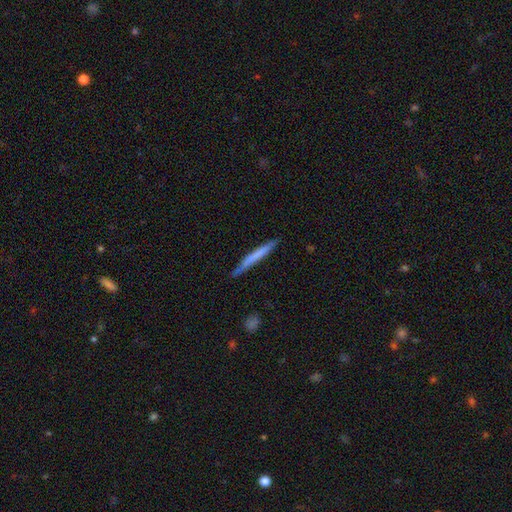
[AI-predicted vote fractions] smooth-or-featured: smooth: 61% | featured or disk: 33% | star or artifact: 5%
  how-rounded: cigar-shaped: 97% | in between: 2% | round: 1%
  merging: none: 85% | minor disturbance: 11% | major disturbance: 2% | merger: 1%